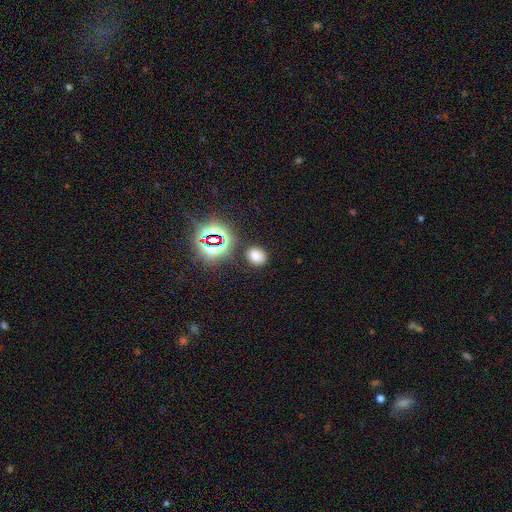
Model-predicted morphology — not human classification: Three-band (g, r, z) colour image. It shows a smooth galaxy with no disk features (70%) that is round (54%). Merging: none (83%).